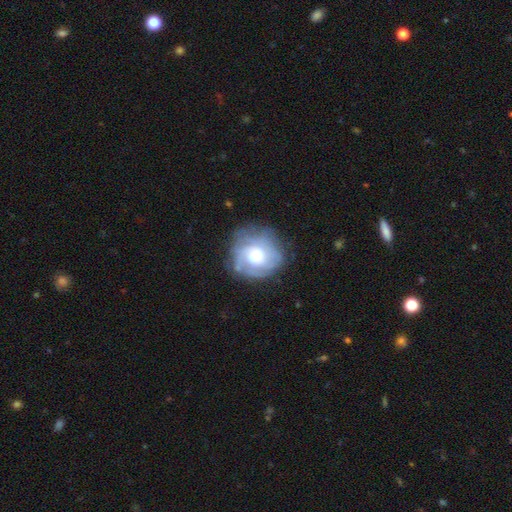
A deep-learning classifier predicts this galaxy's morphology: Smooth or featured? Predicted: featured or disk (p=0.62). Edge-on disk? Predicted: no (p=0.97). Bar? Predicted: no (p=0.75). Spiral arms? Predicted: yes (p=0.73). Bulge size? Predicted: large (p=0.47). Merging? Predicted: none (p=0.63).